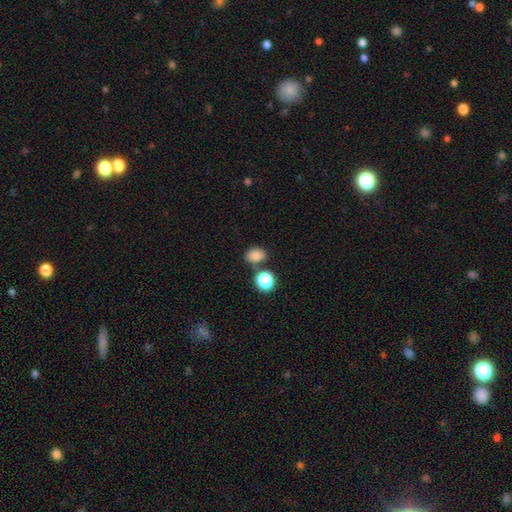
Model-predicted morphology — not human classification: Smooth or featured: smooth — 82% (star or artifact — 13%)
How rounded: in between — 60% (round — 39%)
Merging: none — 69% (merger — 15%)